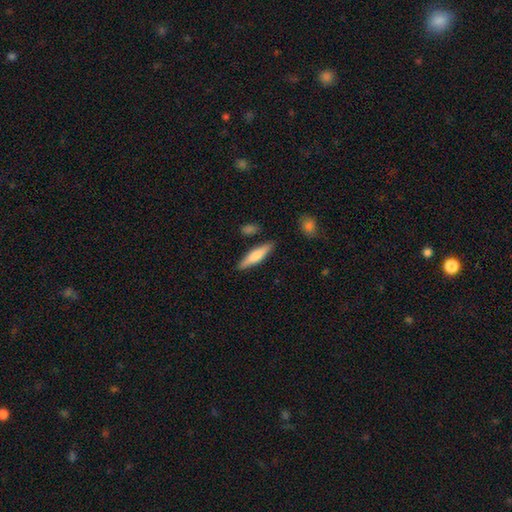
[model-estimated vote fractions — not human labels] Smooth or featured? Predicted: smooth (p=0.64). How rounded? Predicted: cigar-shaped (p=0.78). Merging? Predicted: none (p=0.85).